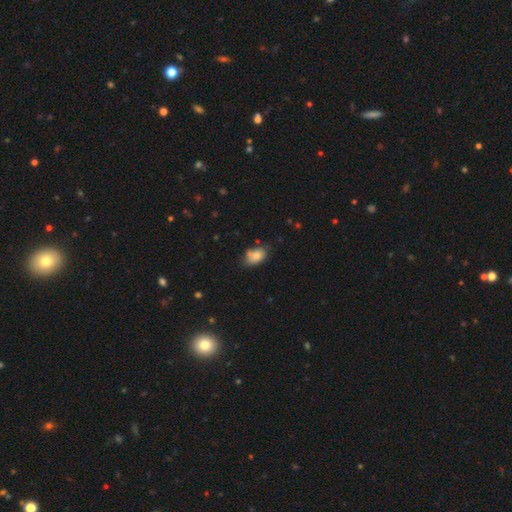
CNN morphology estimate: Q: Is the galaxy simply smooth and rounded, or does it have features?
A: smooth — 79%.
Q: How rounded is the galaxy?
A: in between — 84%.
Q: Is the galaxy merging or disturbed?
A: none — 52%.